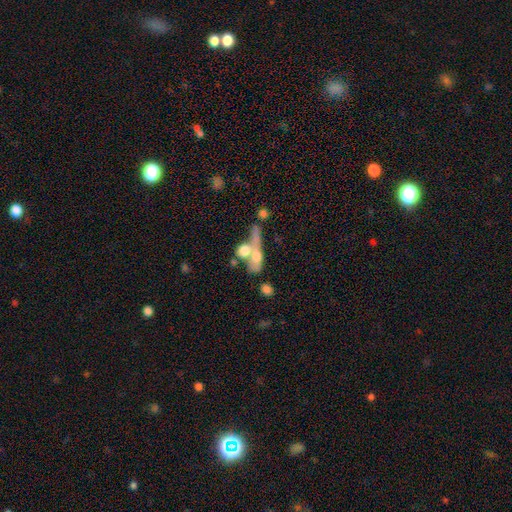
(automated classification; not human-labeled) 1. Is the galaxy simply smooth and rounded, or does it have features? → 49% smooth, 41% featured or disk, 10% star or artifact.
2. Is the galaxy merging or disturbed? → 54% merger, 22% none, 14% major disturbance, 10% minor disturbance.